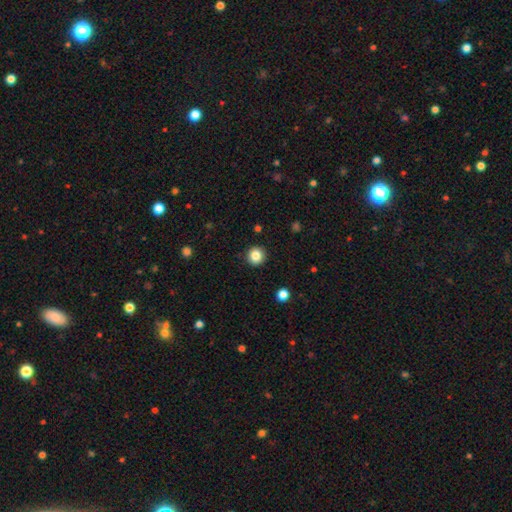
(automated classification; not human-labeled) Morphology: type=smooth (84%); roundness=round (95%); merging=none (92%).